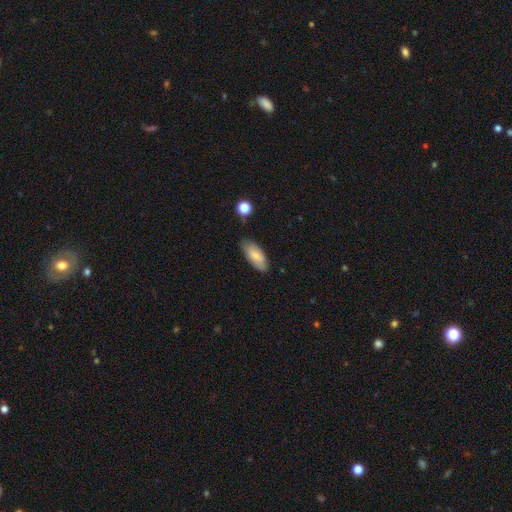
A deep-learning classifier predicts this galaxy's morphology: A smooth galaxy with no disk features (81%) that is in between round and cigar-shaped (84%).

Vote fractions:
- Smooth or featured? smooth: 81% / featured or disk: 13% / star or artifact: 6%
- How rounded? in between: 84% / cigar-shaped: 14% / round: 2%
- Merging? none: 76% / minor disturbance: 18% / major disturbance: 3% / merger: 2%